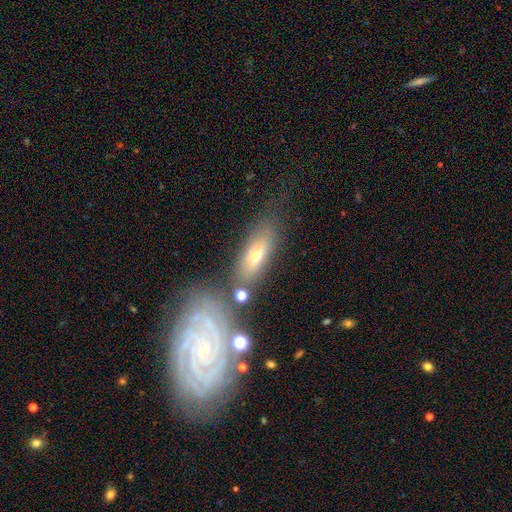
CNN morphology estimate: type=smooth (49%); merging=none (66%).